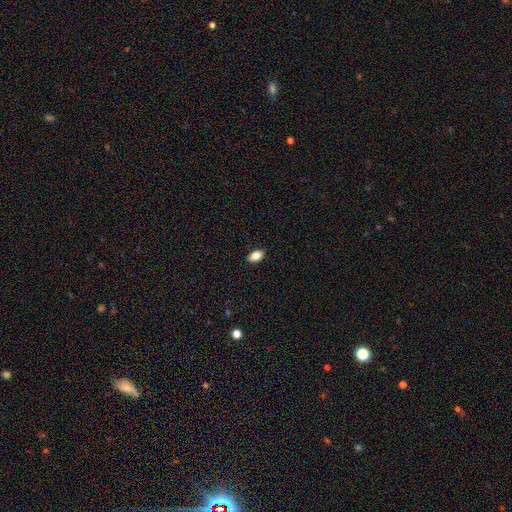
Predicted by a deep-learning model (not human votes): This appears to be a smooth galaxy with no disk features (85%) that is in between round and cigar-shaped (89%). Merging: none (89%).